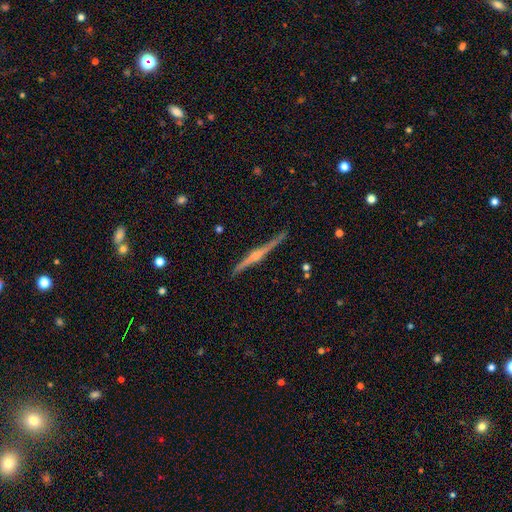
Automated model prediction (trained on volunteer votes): Smooth or featured? featured or disk (84%)
Edge-on disk? yes (98%)
Edge-on bulge? rounded (86%)
Merging? none (87%)